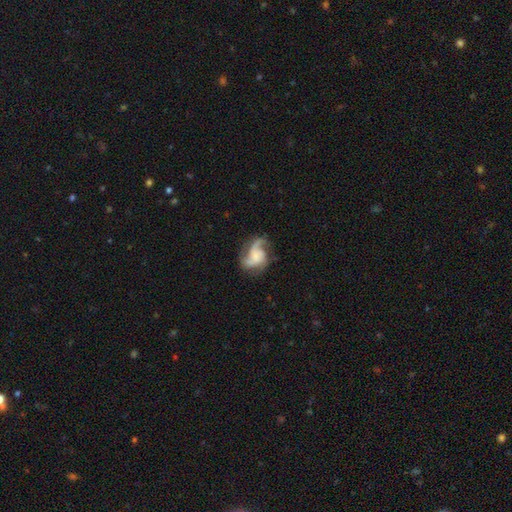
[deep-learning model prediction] A featured or disk galaxy (80%) with no bar (66%), 3 (50%) medium (47%) spiral arms (96%) and a small central bulge (38%). Merging: none (60%).